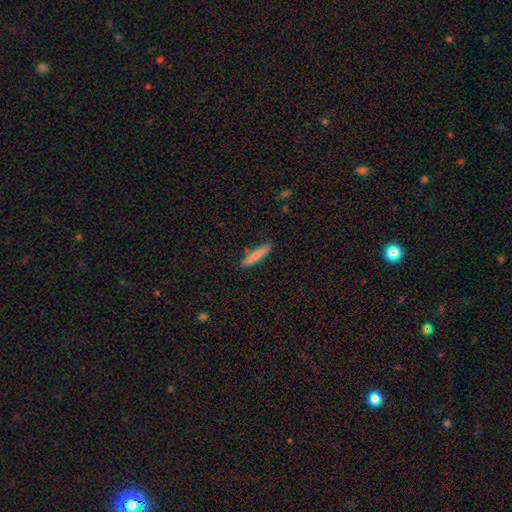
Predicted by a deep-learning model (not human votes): Q: Smooth or featured?
A: smooth (76%); runner-up: featured or disk (17%)
Q: How rounded?
A: cigar-shaped (91%); runner-up: in between (7%)
Q: Merging?
A: none (85%); runner-up: minor disturbance (11%)